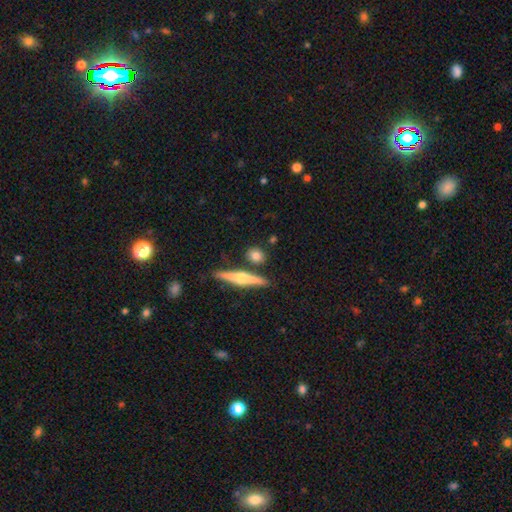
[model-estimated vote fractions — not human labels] This is likely a smooth galaxy (69%). How rounded: possibly round (59%). Merging: likely none (77%).